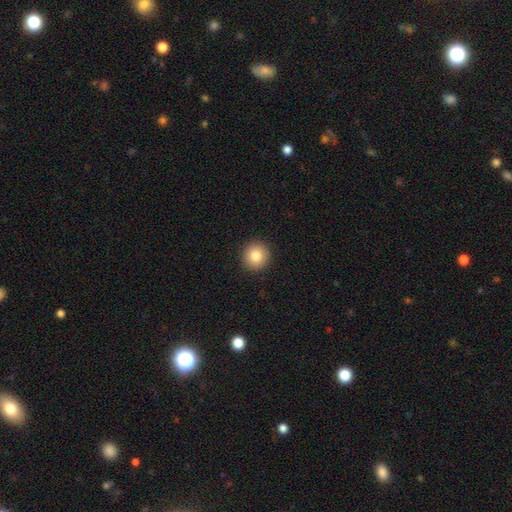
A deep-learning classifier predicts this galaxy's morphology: Overall: smooth (82%). How rounded: round (93%). Merging: none (93%).